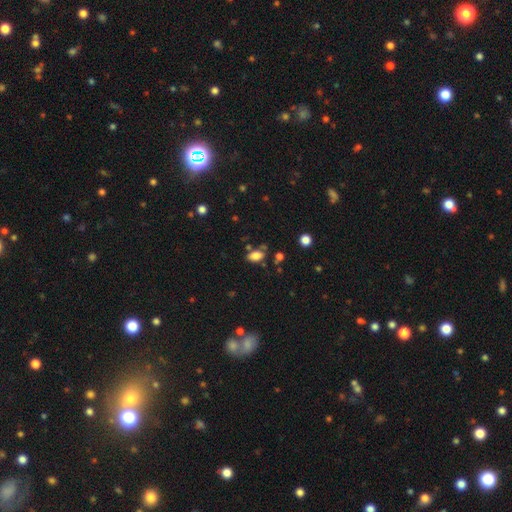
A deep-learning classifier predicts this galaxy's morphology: smooth_or_featured: smooth (p=0.81) [alt: star or artifact p=0.11]
how_rounded: in between (p=0.90) [alt: round p=0.07]
merging: none (p=0.69) [alt: minor disturbance p=0.17]